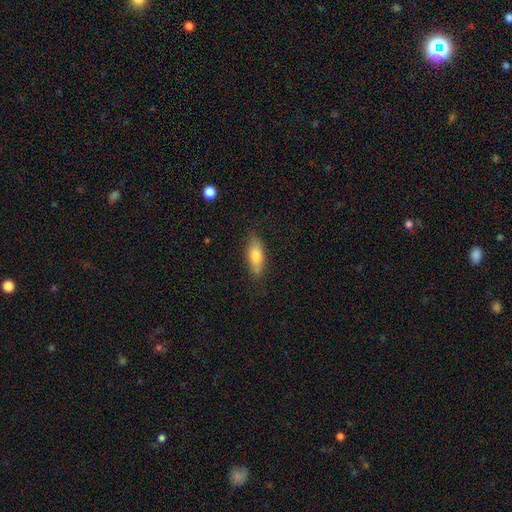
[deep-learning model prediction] This appears to be a smooth galaxy with no disk features (75%) that is in between round and cigar-shaped (62%). Merging: none (80%).